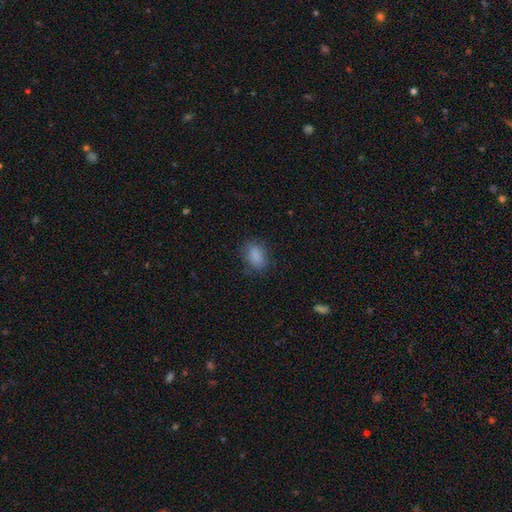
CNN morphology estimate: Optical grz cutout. It shows a smooth galaxy with no disk features (87%) that is in between round and cigar-shaped (80%). Merging: none (80%).